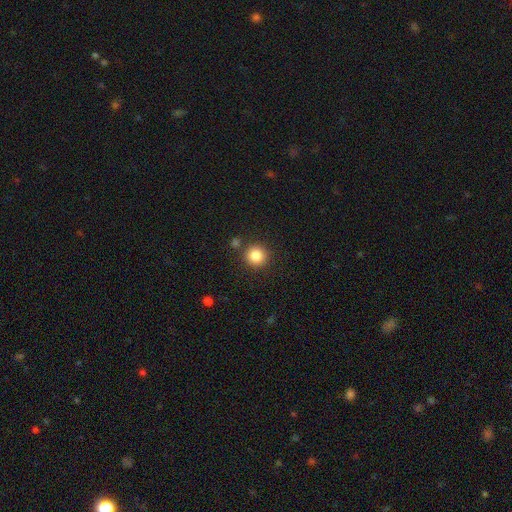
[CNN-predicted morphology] The model was most divided on "smooth or featured": smooth: 85%, star or artifact: 10%, featured or disk: 5%. More confident: how rounded — round (93%); merging — none (85%).